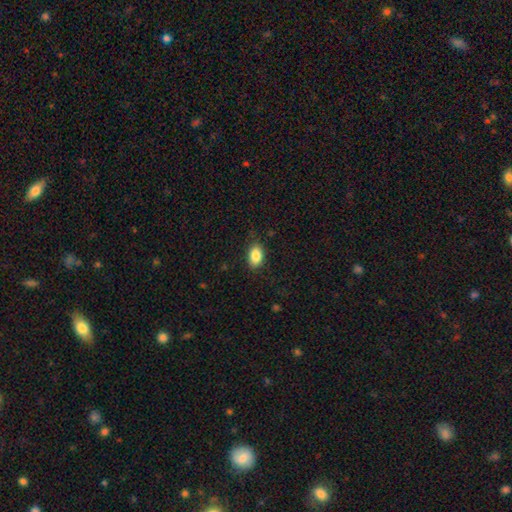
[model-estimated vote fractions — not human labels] smooth-or-featured: smooth: 86% | star or artifact: 8% | featured or disk: 6%
  how-rounded: in between: 89% | round: 9% | cigar-shaped: 2%
  merging: none: 83% | minor disturbance: 13% | major disturbance: 3% | merger: 1%